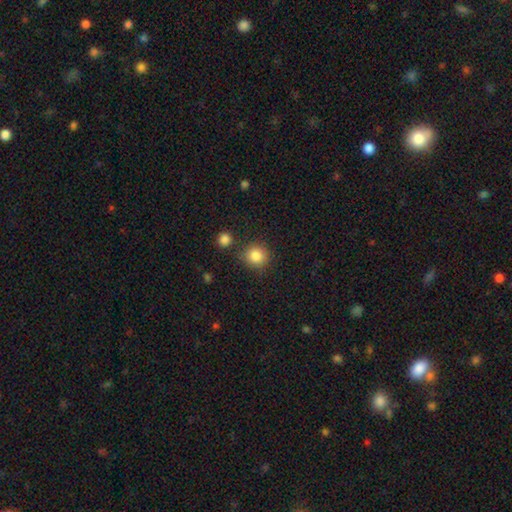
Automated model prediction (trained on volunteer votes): This appears to be a smooth galaxy with no disk features (85%) that is round (91%). Merging: none (81%).